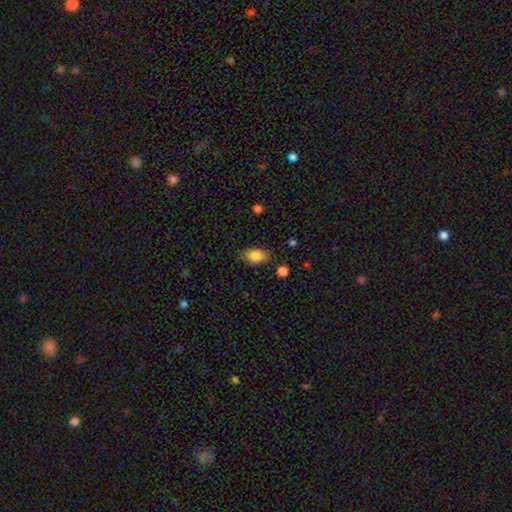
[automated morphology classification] A smooth galaxy with no disk features (86%) that is in between round and cigar-shaped (89%).

Vote fractions:
- Smooth or featured? smooth: 86% / star or artifact: 8% / featured or disk: 6%
- How rounded? in between: 89% / round: 9% / cigar-shaped: 2%
- Merging? none: 80% / minor disturbance: 15% / major disturbance: 3% / merger: 2%